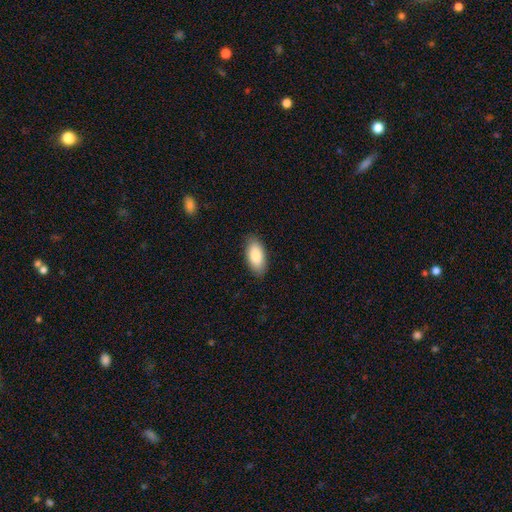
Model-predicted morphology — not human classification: This is clearly a smooth galaxy (85%). How rounded: clearly in between (92%). Merging: clearly none (87%).